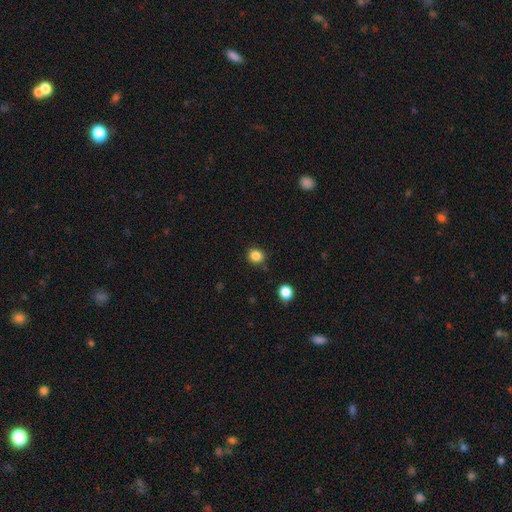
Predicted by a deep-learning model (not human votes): Smooth or featured: smooth — 85% (star or artifact — 12%)
How rounded: round — 80% (in between — 19%)
Merging: none — 84% (minor disturbance — 10%)